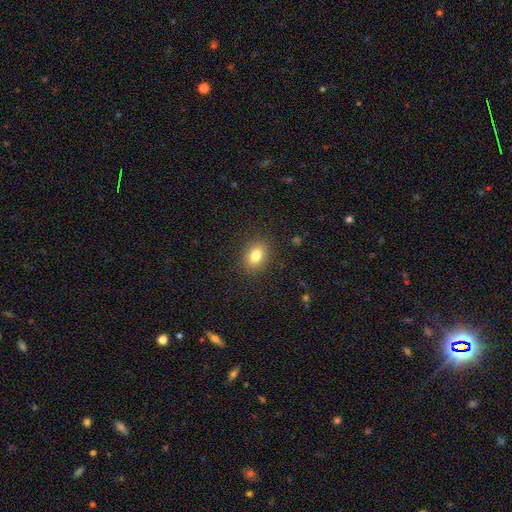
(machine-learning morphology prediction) A smooth galaxy with no disk features (81%) that is in between round and cigar-shaped (71%). Merging: none (88%).